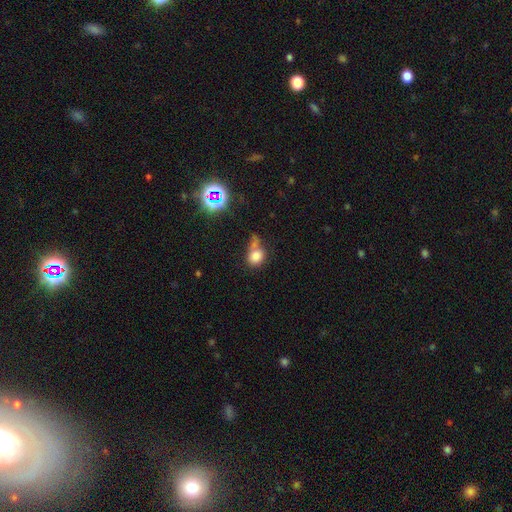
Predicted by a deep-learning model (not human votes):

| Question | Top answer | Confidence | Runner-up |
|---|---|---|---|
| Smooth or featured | smooth | 78% | star or artifact (14%) |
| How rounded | round | 59% | in between (40%) |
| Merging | none | 40% | merger (29%) |